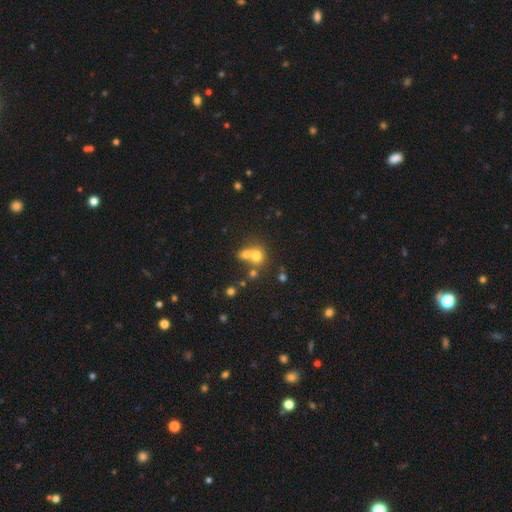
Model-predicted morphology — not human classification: A smooth galaxy with no disk features (69%) that is round (77%). Merging: merger (53%).